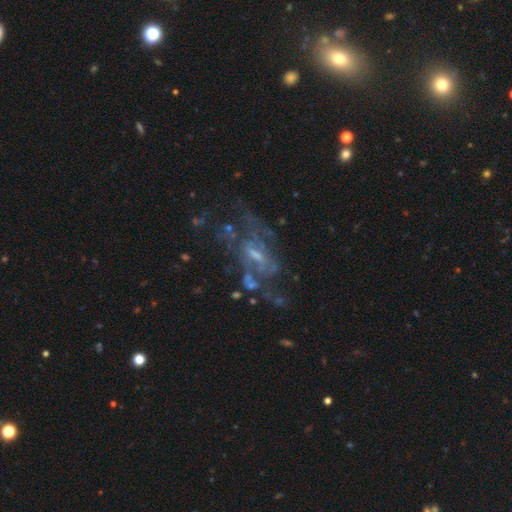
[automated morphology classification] Q: Smooth or featured?
A: featured or disk (75%); runner-up: star or artifact (15%)
Q: Edge-on disk?
A: no (92%); runner-up: yes (8%)
Q: Bar?
A: weak (47%); runner-up: no (36%)
Q: Spiral arms?
A: yes (72%); runner-up: no (28%)
Q: Bulge size?
A: small (52%); runner-up: moderate (31%)
Q: Merging?
A: none (55%); runner-up: major disturbance (22%)